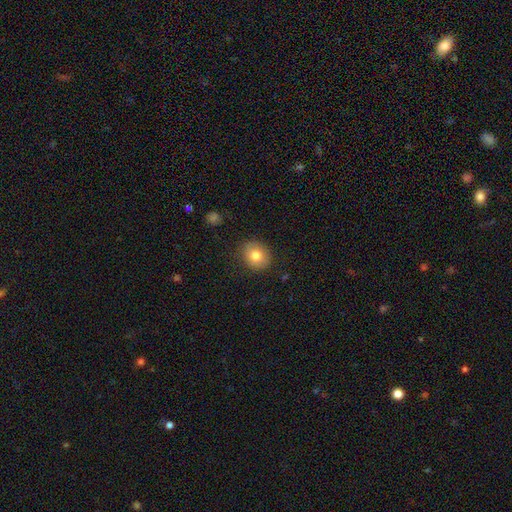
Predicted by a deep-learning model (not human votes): smooth-or-featured: smooth: 79% | featured or disk: 11% | star or artifact: 9%
  how-rounded: round: 66% | in between: 33% | cigar-shaped: 1%
  merging: none: 86% | minor disturbance: 10% | major disturbance: 3% | merger: 1%